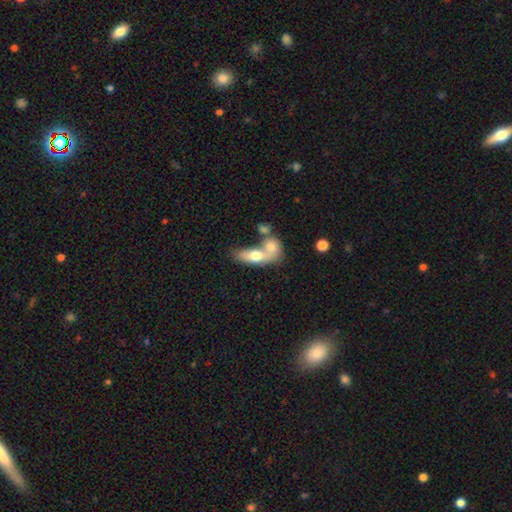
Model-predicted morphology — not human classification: A smooth galaxy with no disk features (66%) that is in between round and cigar-shaped (72%). Merging: merger (69%).